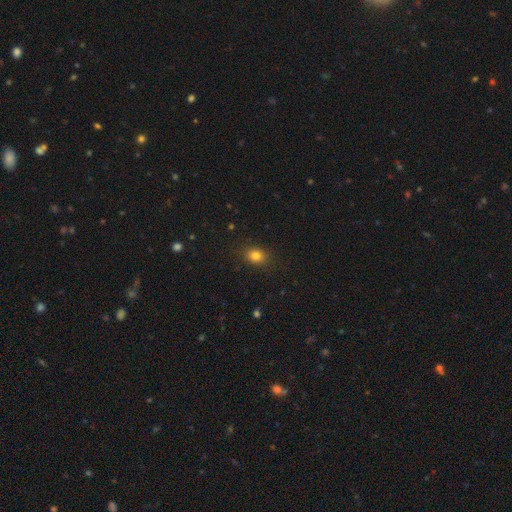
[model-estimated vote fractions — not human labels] smooth-or-featured: smooth: 82% | star or artifact: 12% | featured or disk: 6%
  how-rounded: in between: 55% | round: 44% | cigar-shaped: 1%
  merging: none: 87% | minor disturbance: 9% | major disturbance: 3% | merger: 1%